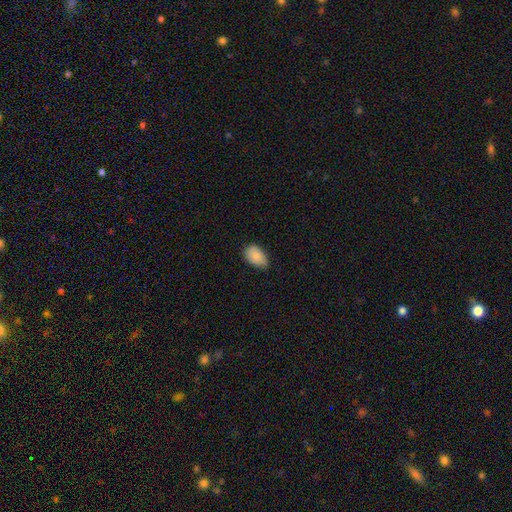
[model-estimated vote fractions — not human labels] Smooth or featured? smooth (86%)
How rounded? in between (90%)
Merging? none (67%)